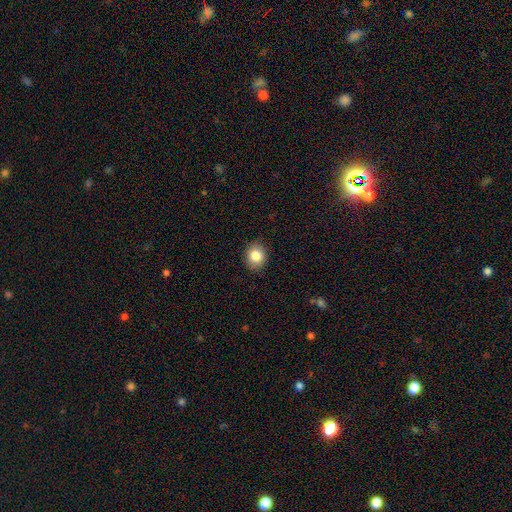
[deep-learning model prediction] Q: Smooth or featured?
A: smooth (84%); runner-up: star or artifact (9%)
Q: How rounded?
A: round (67%); runner-up: in between (32%)
Q: Merging?
A: none (89%); runner-up: minor disturbance (8%)